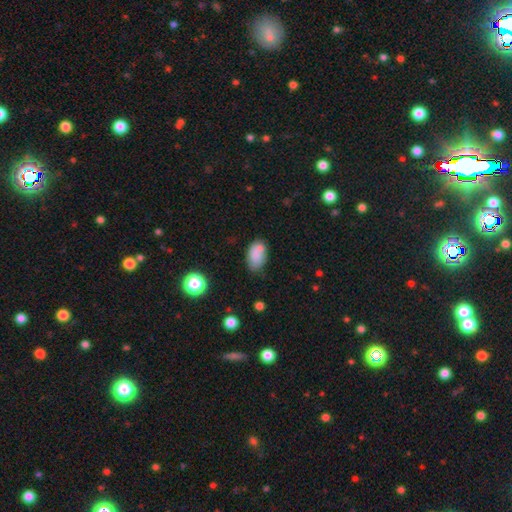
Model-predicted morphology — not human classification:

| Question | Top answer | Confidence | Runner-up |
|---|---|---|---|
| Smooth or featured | smooth | 81% | featured or disk (10%) |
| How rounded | in between | 91% | round (7%) |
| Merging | none | 62% | minor disturbance (23%) |